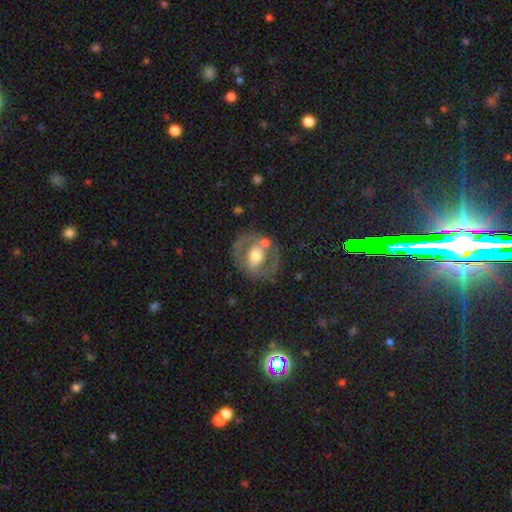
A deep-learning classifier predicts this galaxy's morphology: type=featured or disk (62%); edge-on=no (95%); bar=no (53%); spiral arms=no (62%); bulge=moderate (68%); merging=none (67%).